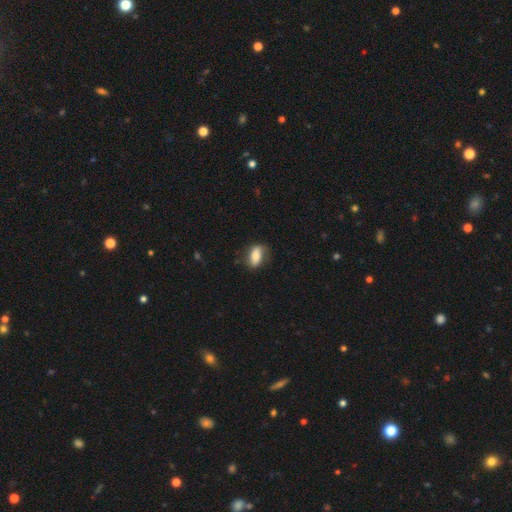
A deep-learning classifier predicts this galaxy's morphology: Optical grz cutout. It shows a smooth galaxy with no disk features (72%) that is in between round and cigar-shaped (83%). Merging: none (72%).